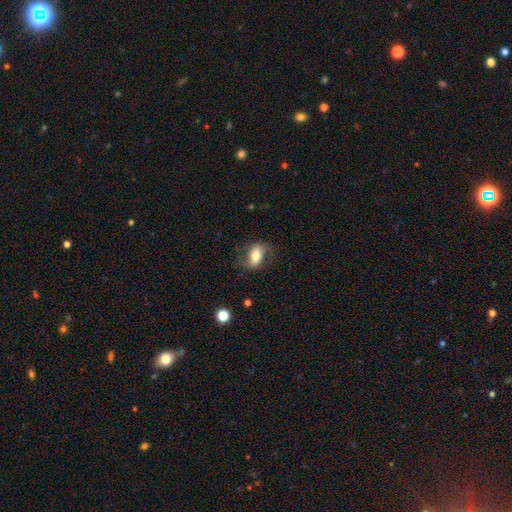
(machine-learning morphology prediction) Smooth or featured? smooth (55%)
How rounded? in between (83%)
Merging? none (71%)